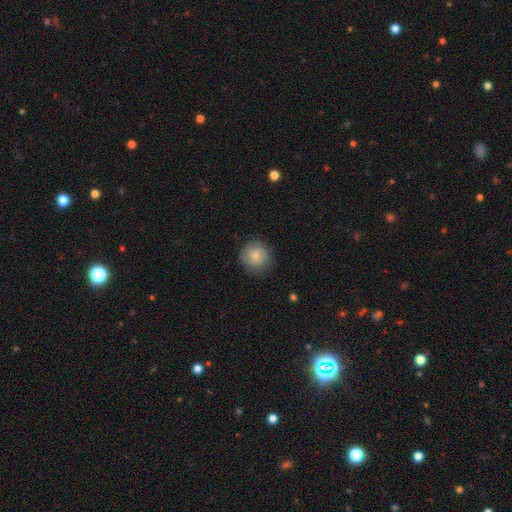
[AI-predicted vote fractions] Morphology: type=smooth (78%); roundness=round (93%); merging=none (85%).